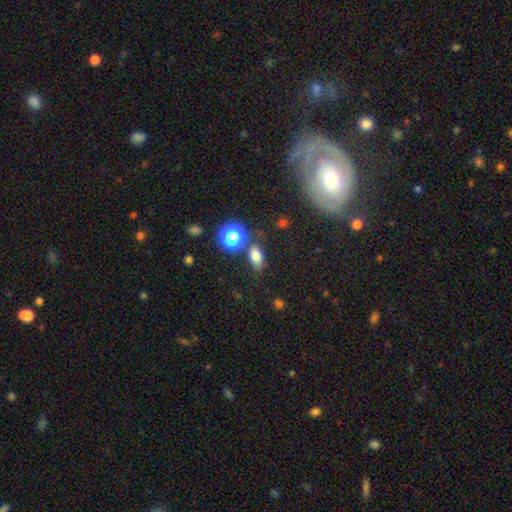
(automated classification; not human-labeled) Smooth or featured?
  - smooth: 75% *
  - star or artifact: 16%
  - featured or disk: 9%
How rounded?
  - in between: 78% *
  - round: 18%
  - cigar-shaped: 5%
Merging?
  - none: 75% *
  - minor disturbance: 13%
  - merger: 8%
  - major disturbance: 4%